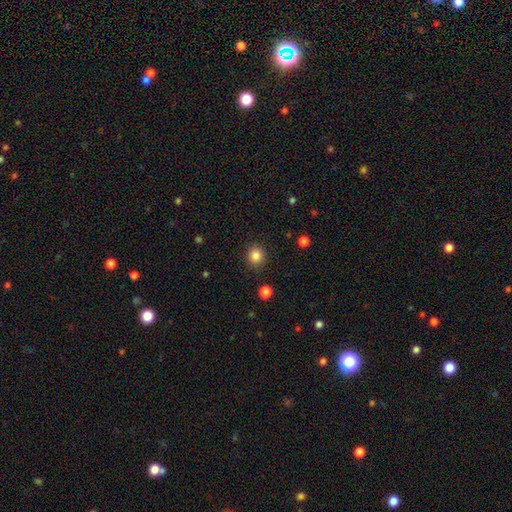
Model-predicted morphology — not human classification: A smooth galaxy with no disk features (85%) that is round (88%).

Vote fractions:
- Smooth or featured? smooth: 85% / star or artifact: 11% / featured or disk: 4%
- How rounded? round: 88% / in between: 11% / cigar-shaped: 1%
- Merging? none: 90% / minor disturbance: 6% / major disturbance: 2% / merger: 1%